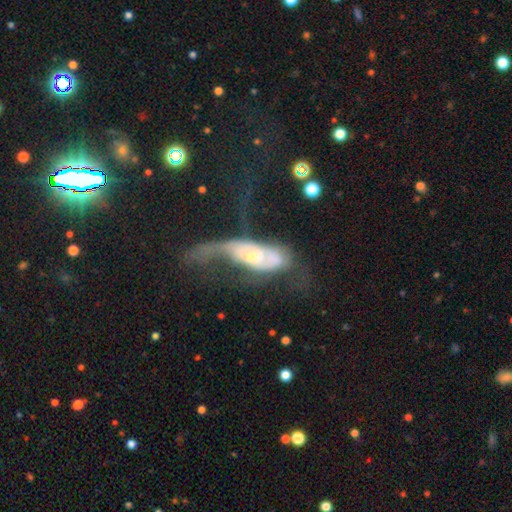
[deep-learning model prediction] Smooth or featured?
  - featured or disk: 64% *
  - smooth: 27%
  - star or artifact: 9%
Edge-on disk?
  - no: 85% *
  - yes: 15%
Bar?
  - no: 64% *
  - weak: 27%
  - strong: 9%
Spiral arms?
  - yes: 56% *
  - no: 44%
Bulge size?
  - moderate: 46% *
  - small: 36%
  - large: 10%
  - none: 6%
  - dominant: 2%
Merging?
  - major disturbance: 58% *
  - merger: 16%
  - none: 14%
  - minor disturbance: 12%